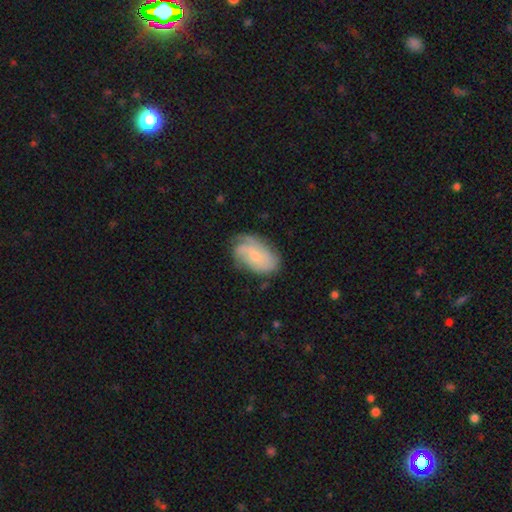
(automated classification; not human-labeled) Smooth or featured? Predicted: featured or disk (p=0.66). Edge-on disk? Predicted: no (p=0.96). Bar? Predicted: no (p=0.66). Spiral arms? Predicted: yes (p=0.91). Spiral winding? Predicted: tight (p=0.43). Spiral arm count? Predicted: can't tell (p=0.32). Bulge size? Predicted: small (p=0.68). Merging? Predicted: none (p=0.62).